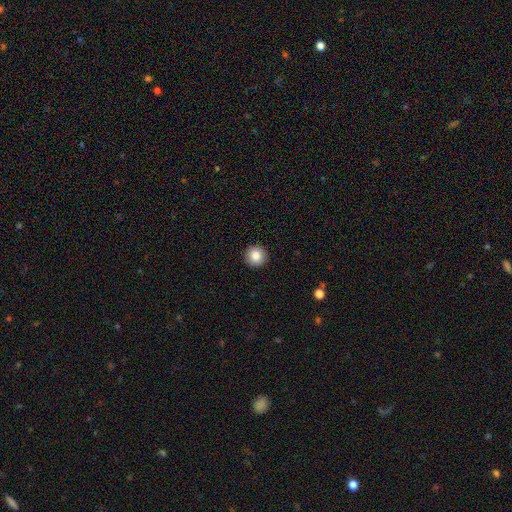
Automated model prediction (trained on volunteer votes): smooth_or_featured: smooth (p=0.86) [alt: star or artifact p=0.09]
how_rounded: round (p=0.95) [alt: in between p=0.04]
merging: none (p=0.92) [alt: minor disturbance p=0.05]